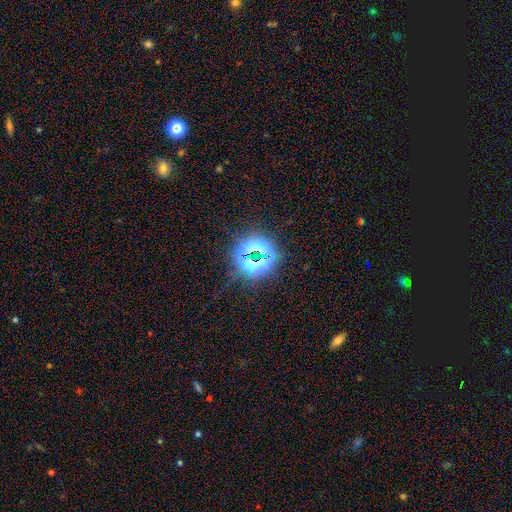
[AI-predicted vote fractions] smooth-or-featured: star or artifact: 75% | smooth: 16% | featured or disk: 9%